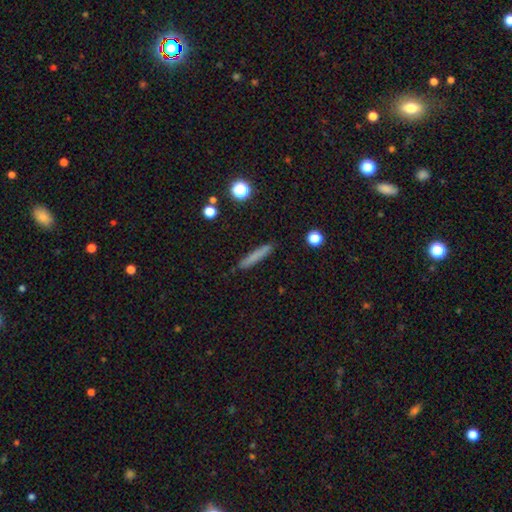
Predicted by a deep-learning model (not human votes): Smooth or featured? smooth (77%)
How rounded? cigar-shaped (93%)
Merging? none (89%)